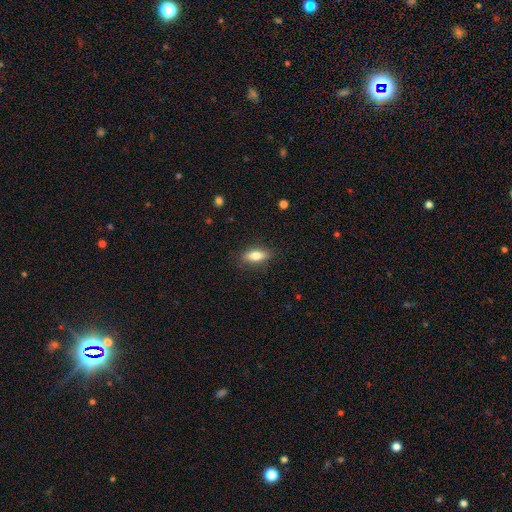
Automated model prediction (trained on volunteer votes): This appears to be a smooth galaxy with no disk features (78%) that is in between round and cigar-shaped (72%). Merging: none (85%).